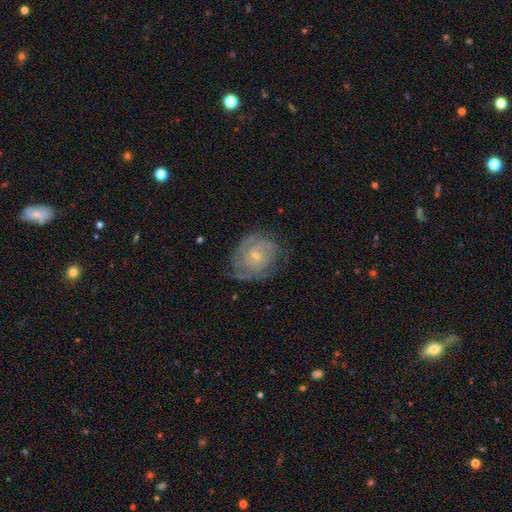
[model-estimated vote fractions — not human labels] This is likely a featured or disk galaxy (77%). It is clearly not viewed edge-on (97%). Bar: likely no (80%). Spiral arm pattern: clearly yes (90%). Spiral arm count: marginally can't tell (39%). Spiral winding: likely tight (69%). Central bulge: likely small (70%). Merging: likely none (72%).